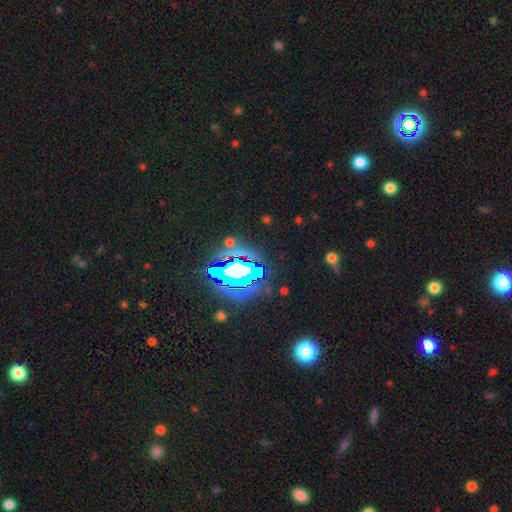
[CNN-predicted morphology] This appears to be a star or artifact, not a galaxy (79%).